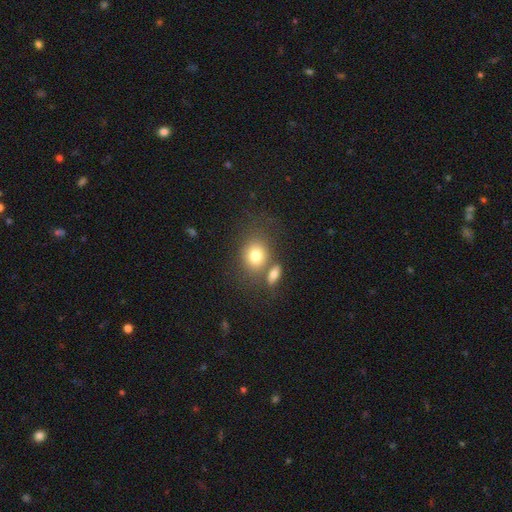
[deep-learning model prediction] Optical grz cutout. It shows a smooth galaxy with no disk features (78%) that is round (54%). Merging: none (54%).